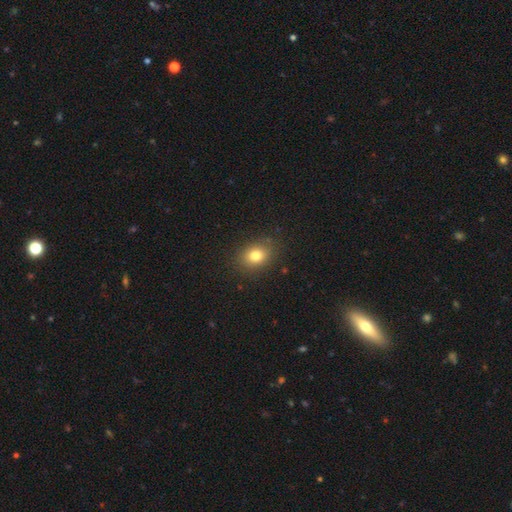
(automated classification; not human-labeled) Overall: smooth (80%). How rounded: in between (55%; round 44%). Merging: none (86%).